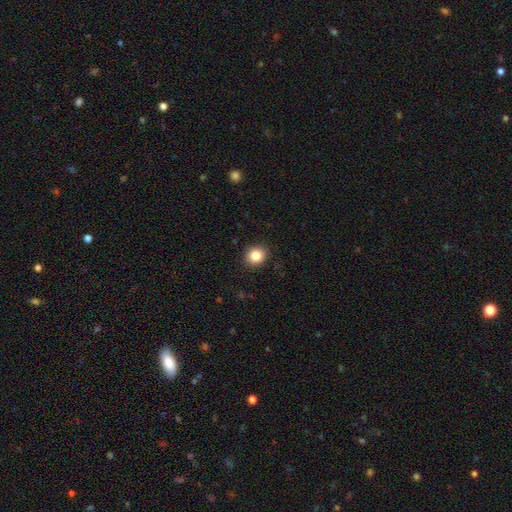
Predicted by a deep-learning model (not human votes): This appears to be a smooth galaxy with no disk features (84%) that is round (80%). Merging: none (91%).